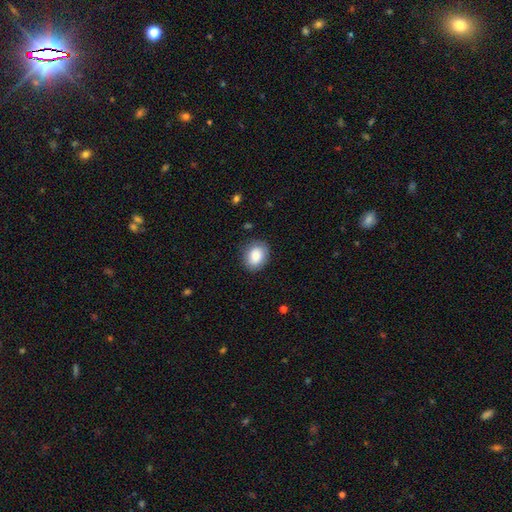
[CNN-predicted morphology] Smooth or featured?
  - smooth: 86% *
  - star or artifact: 7%
  - featured or disk: 7%
How rounded?
  - in between: 59% *
  - round: 40%
  - cigar-shaped: 1%
Merging?
  - none: 83% *
  - minor disturbance: 13%
  - major disturbance: 3%
  - merger: 1%